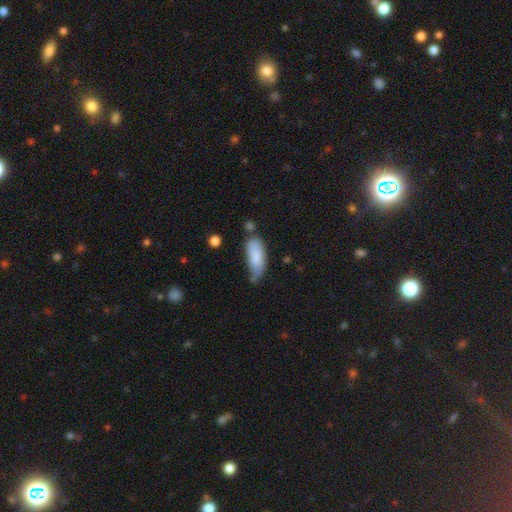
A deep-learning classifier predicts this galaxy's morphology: type=smooth (82%); roundness=in between (79%); merging=none (44%).